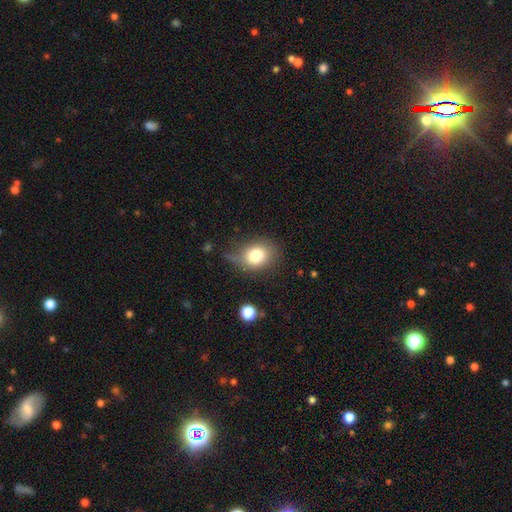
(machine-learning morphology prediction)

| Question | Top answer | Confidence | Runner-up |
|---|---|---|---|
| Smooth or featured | smooth | 79% | featured or disk (11%) |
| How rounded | in between | 54% | round (45%) |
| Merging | none | 62% | minor disturbance (26%) |